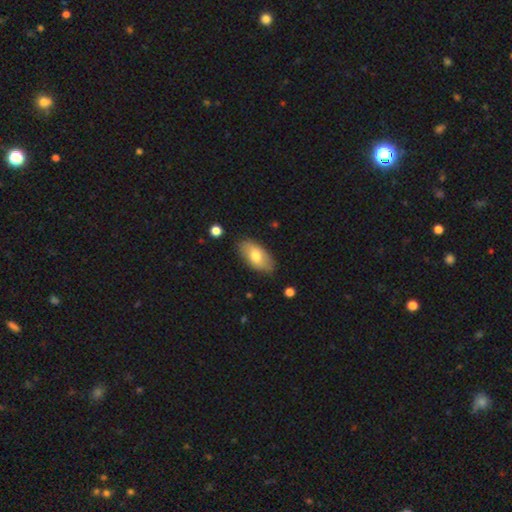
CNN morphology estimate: type=smooth (72%); roundness=in between (93%); merging=none (83%).